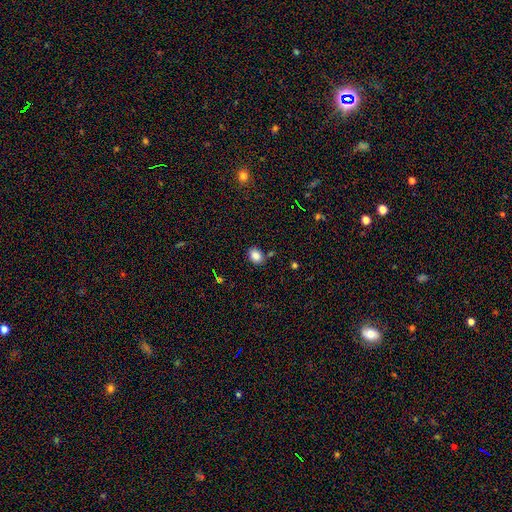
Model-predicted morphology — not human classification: Smooth or featured: smooth — 86% (star or artifact — 10%)
How rounded: in between — 70% (round — 29%)
Merging: none — 78% (minor disturbance — 13%)